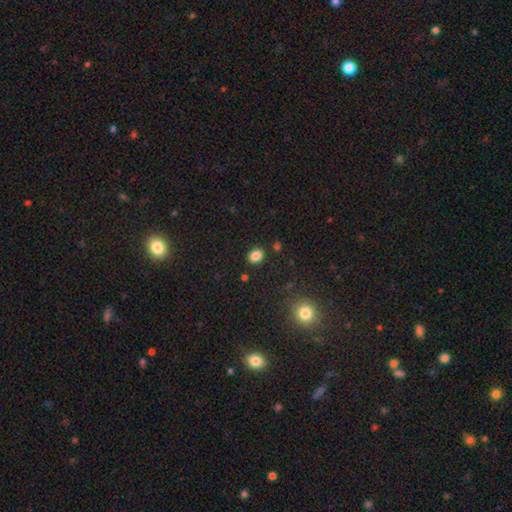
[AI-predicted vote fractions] Morphology: type=smooth (84%); roundness=in between (52%); merging=none (87%).